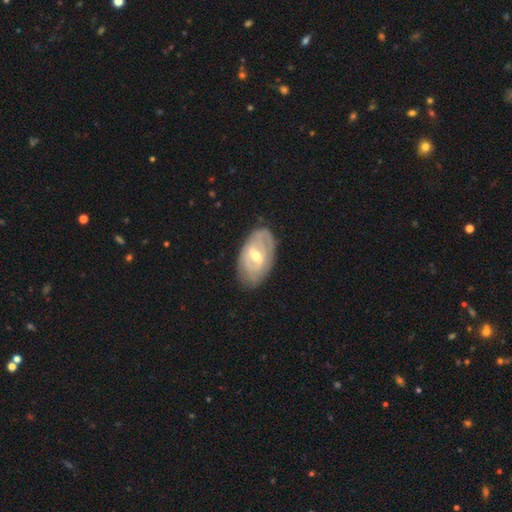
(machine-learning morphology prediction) Q: Smooth or featured?
A: featured or disk (68%); runner-up: smooth (26%)
Q: Edge-on disk?
A: no (92%); runner-up: yes (8%)
Q: Bar?
A: weak (48%); runner-up: strong (33%)
Q: Spiral arms?
A: yes (61%); runner-up: no (39%)
Q: Bulge size?
A: moderate (64%); runner-up: small (31%)
Q: Merging?
A: none (75%); runner-up: minor disturbance (19%)